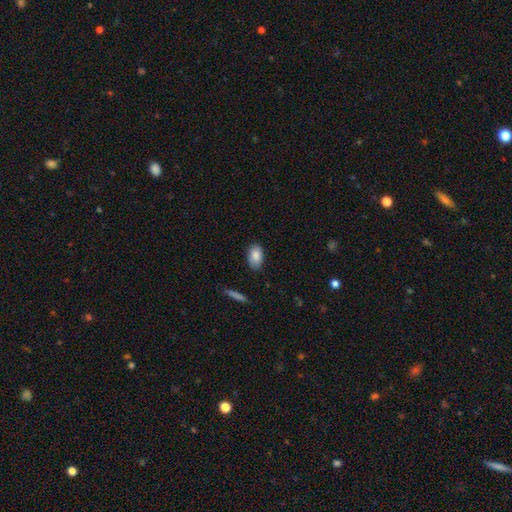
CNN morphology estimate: A smooth galaxy with no disk features (86%) that is in between round and cigar-shaped (92%).

Vote fractions:
- Smooth or featured? smooth: 86% / featured or disk: 7% / star or artifact: 7%
- How rounded? in between: 92% / round: 6% / cigar-shaped: 2%
- Merging? none: 82% / minor disturbance: 14% / major disturbance: 3% / merger: 1%